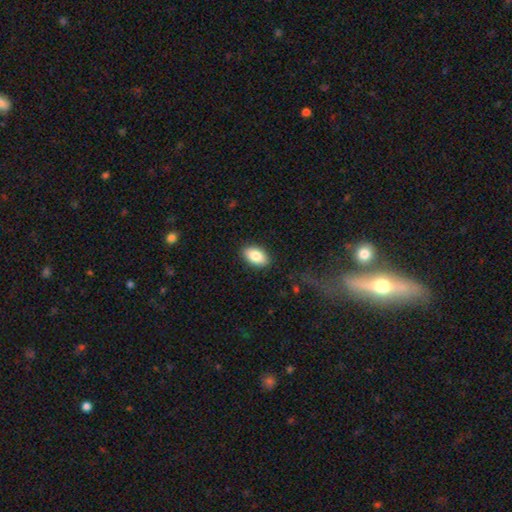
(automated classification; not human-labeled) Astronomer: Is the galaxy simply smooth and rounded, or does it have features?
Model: smooth — 83%.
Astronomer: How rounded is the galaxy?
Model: in between — 91%.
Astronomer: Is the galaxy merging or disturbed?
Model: none — 89%.